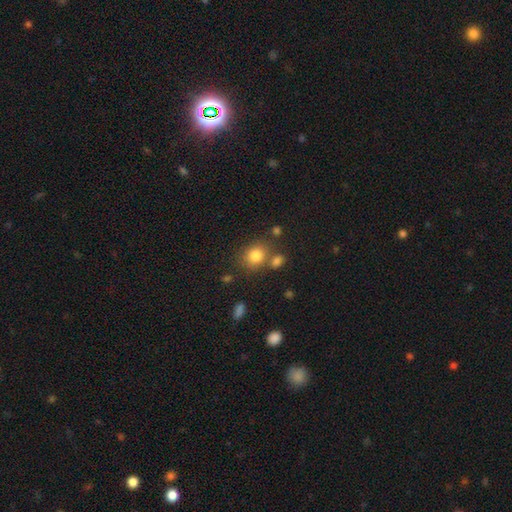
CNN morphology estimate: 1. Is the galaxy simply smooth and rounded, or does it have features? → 82% smooth, 11% star or artifact, 7% featured or disk.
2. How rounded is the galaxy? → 64% round, 35% in between, 1% cigar-shaped.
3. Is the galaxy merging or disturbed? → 66% none, 16% merger, 13% minor disturbance, 5% major disturbance.